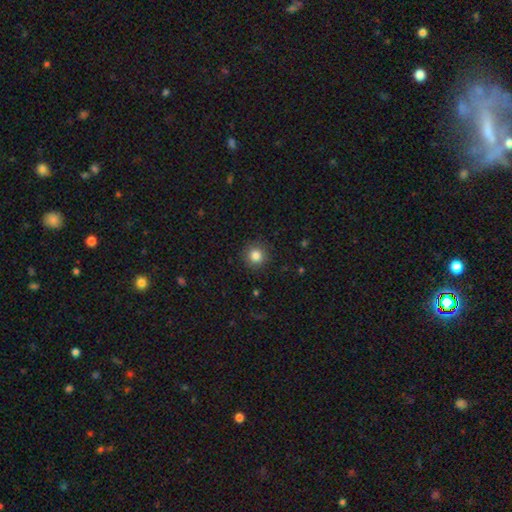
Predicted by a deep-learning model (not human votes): The model was most divided on "smooth or featured": smooth: 84%, star or artifact: 11%, featured or disk: 5%. More confident: how rounded — round (94%); merging — none (90%).